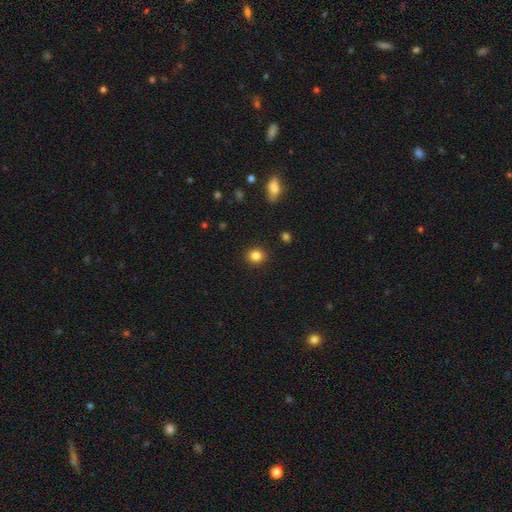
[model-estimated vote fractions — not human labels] Smooth or featured? smooth (84%)
How rounded? round (72%)
Merging? none (90%)